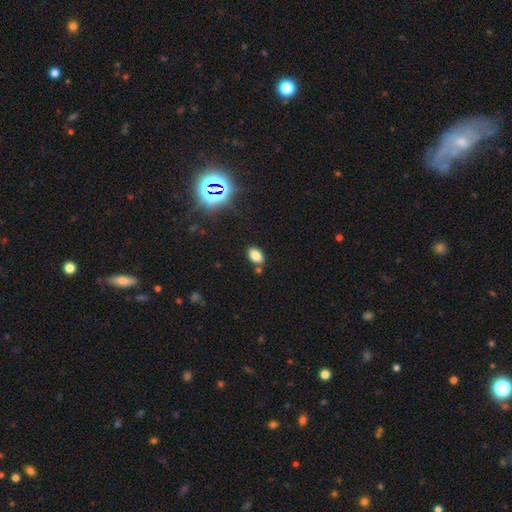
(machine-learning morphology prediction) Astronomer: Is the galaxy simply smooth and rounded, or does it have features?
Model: smooth — 78%.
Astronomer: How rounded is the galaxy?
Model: in between — 87%.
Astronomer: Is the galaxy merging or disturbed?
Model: none — 76%.